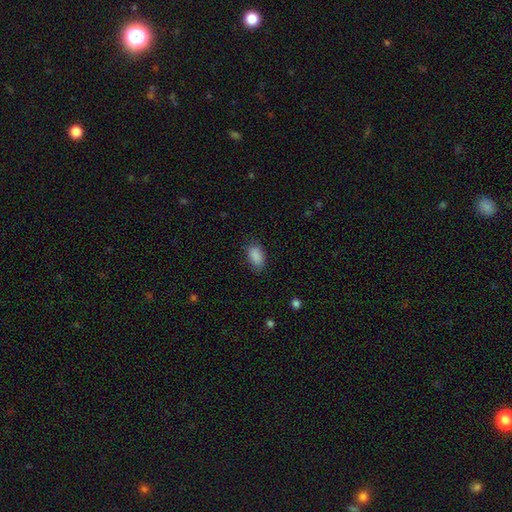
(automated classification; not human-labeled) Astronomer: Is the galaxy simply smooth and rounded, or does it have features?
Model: smooth — 89%.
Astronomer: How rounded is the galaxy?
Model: in between — 92%.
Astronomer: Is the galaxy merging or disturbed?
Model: none — 80%.